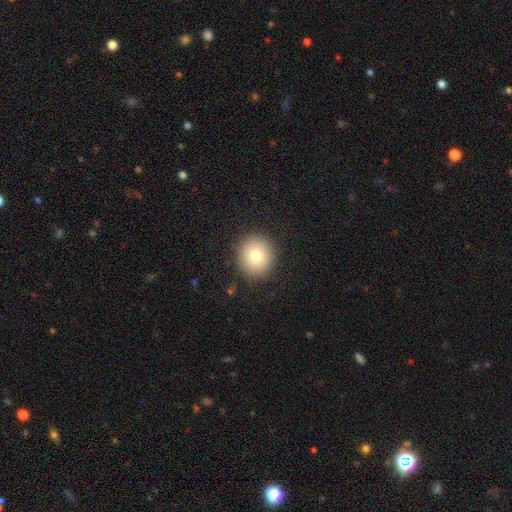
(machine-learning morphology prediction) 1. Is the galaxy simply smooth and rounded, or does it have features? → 77% smooth, 12% featured or disk, 11% star or artifact.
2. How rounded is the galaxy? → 87% round, 12% in between, 1% cigar-shaped.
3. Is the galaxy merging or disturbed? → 88% none, 8% minor disturbance, 3% major disturbance, 1% merger.